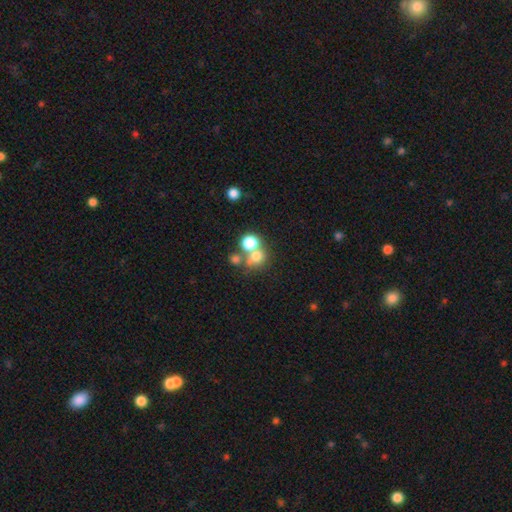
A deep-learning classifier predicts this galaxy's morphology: Q: Smooth or featured?
A: smooth (70%); runner-up: star or artifact (16%)
Q: How rounded?
A: round (76%); runner-up: in between (23%)
Q: Merging?
A: merger (45%); runner-up: none (42%)